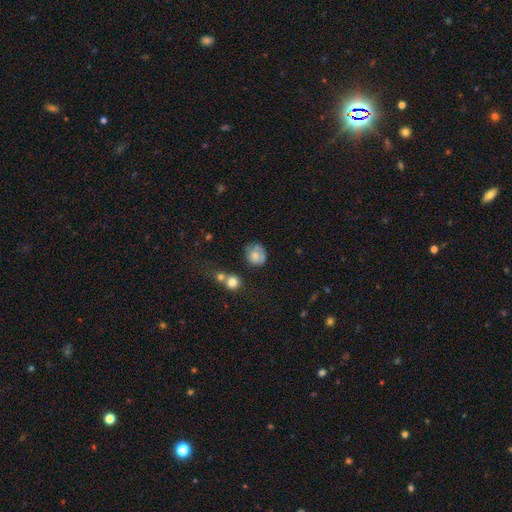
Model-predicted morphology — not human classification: Overall: smooth (70%). How rounded: round (75%). Merging: none (49%; minor disturbance 27%).